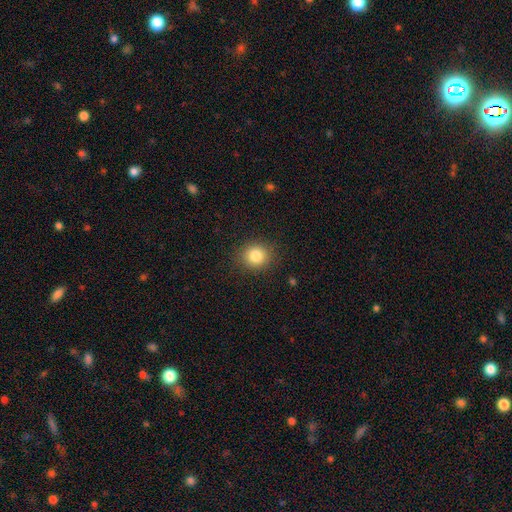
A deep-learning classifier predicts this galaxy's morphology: This is clearly a smooth galaxy (83%). How rounded: clearly round (81%). Merging: clearly none (89%).